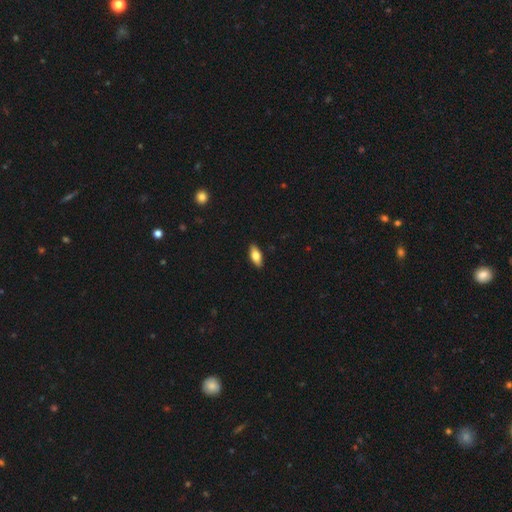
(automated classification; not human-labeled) Smooth or featured?
  - smooth: 74% *
  - featured or disk: 20%
  - star or artifact: 6%
How rounded?
  - in between: 82% *
  - cigar-shaped: 15%
  - round: 3%
Merging?
  - none: 90% *
  - minor disturbance: 8%
  - major disturbance: 2%
  - merger: 1%